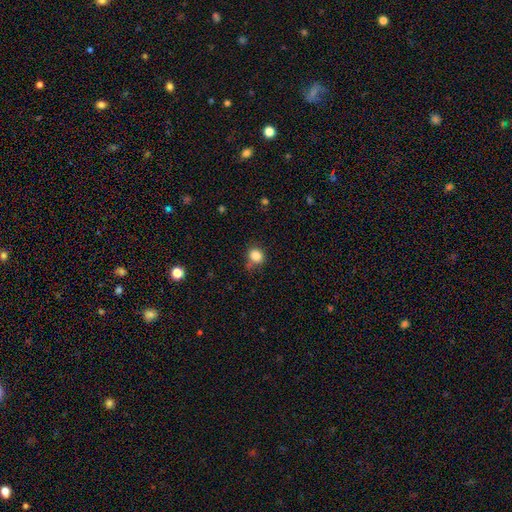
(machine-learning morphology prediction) Overall: smooth (84%). How rounded: round (74%). Merging: none (67%).